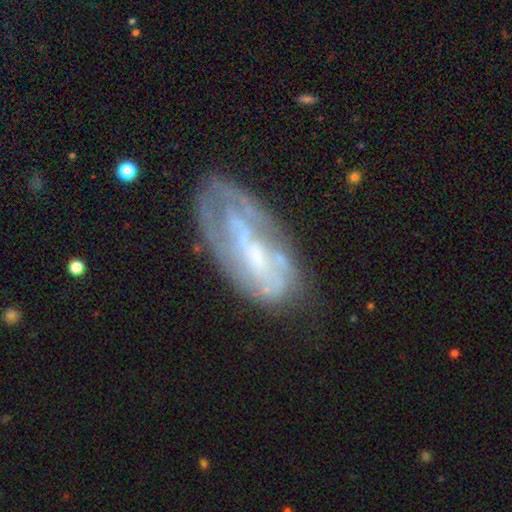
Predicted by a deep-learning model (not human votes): Overall: featured or disk (66%). Edge-on disk: no (90%). Bar: no (52%; weak 32%). Spiral arms: no (53%; yes 47%). Bulge size: small (40%; moderate 29%). Merging: none (54%; minor disturbance 25%).